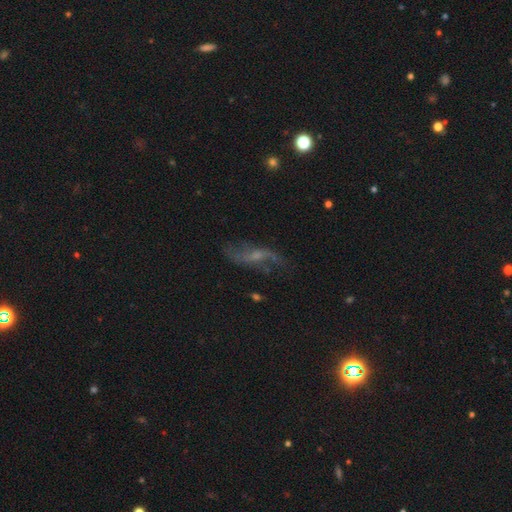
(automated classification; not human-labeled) Smooth or featured? featured or disk (72%)
Edge-on disk? no (87%)
Bar? no (48%)
Spiral arms? yes (85%)
Spiral winding? loose (82%)
Spiral arm count? 2 (83%)
Bulge size? small (51%)
Merging? none (63%)